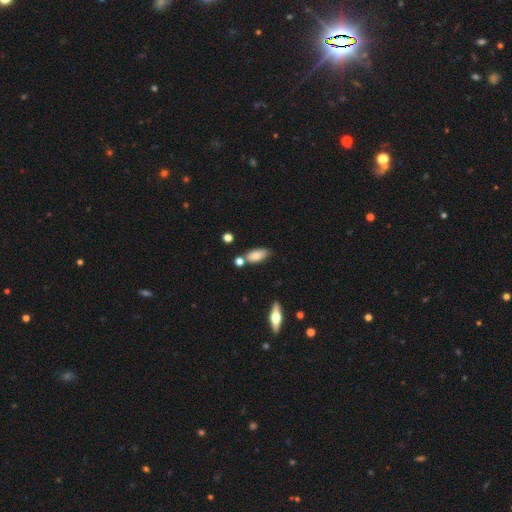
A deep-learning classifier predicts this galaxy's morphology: type=smooth (80%); roundness=in between (86%); merging=none (64%).